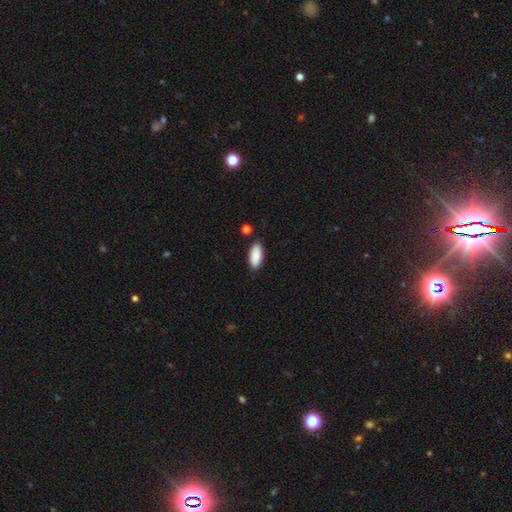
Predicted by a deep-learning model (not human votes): This is clearly a smooth galaxy (89%). How rounded: clearly in between (89%). Merging: clearly none (85%).